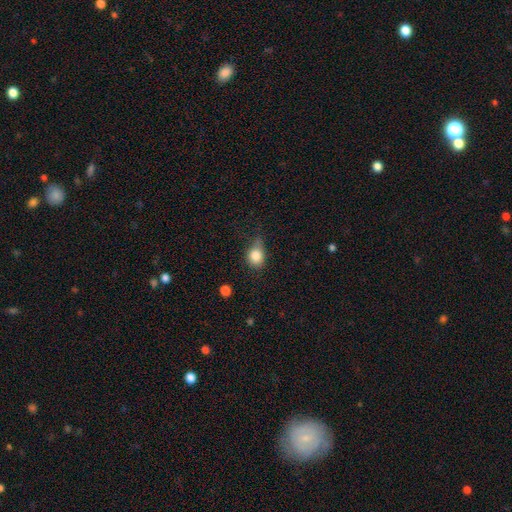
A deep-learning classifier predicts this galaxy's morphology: The model was most divided on "merging" (2-way tie): none: 41%, minor disturbance: 41%, major disturbance: 14%, merger: 4%. More confident: smooth or featured — smooth (83%); how rounded — round (62%).